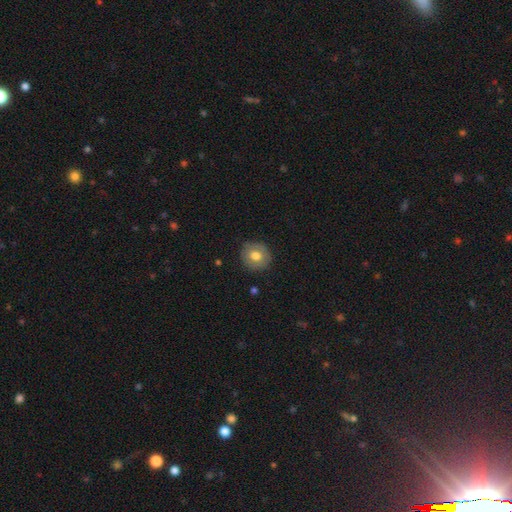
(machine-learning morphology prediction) smooth-or-featured: smooth: 72% | featured or disk: 20% | star or artifact: 8%
  how-rounded: round: 88% | in between: 11% | cigar-shaped: 1%
  merging: none: 84% | minor disturbance: 12% | major disturbance: 3% | merger: 1%